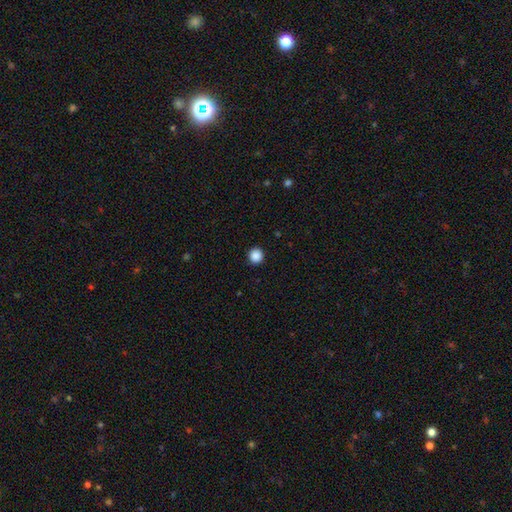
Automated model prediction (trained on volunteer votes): smooth 88%, star or artifact 10%, featured or disk 2%. Down the decision tree: how rounded — round (94%); merging — none (93%).